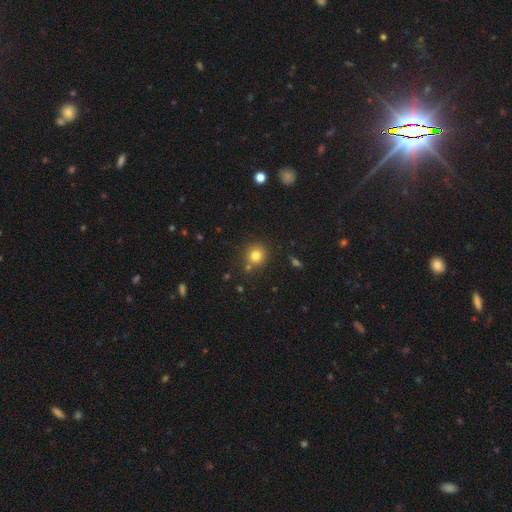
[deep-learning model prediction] Smooth or featured?
  - smooth: 78% *
  - star or artifact: 14%
  - featured or disk: 8%
How rounded?
  - round: 91% *
  - in between: 8%
  - cigar-shaped: 1%
Merging?
  - none: 79% *
  - merger: 10%
  - minor disturbance: 9%
  - major disturbance: 3%